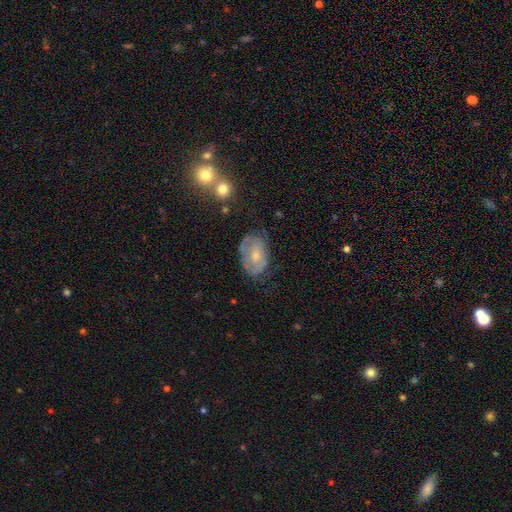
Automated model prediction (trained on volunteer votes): featured or disk 53%, smooth 40%, star or artifact 8%. Down the decision tree: edge-on disk — no (94%); merging — none (60%).